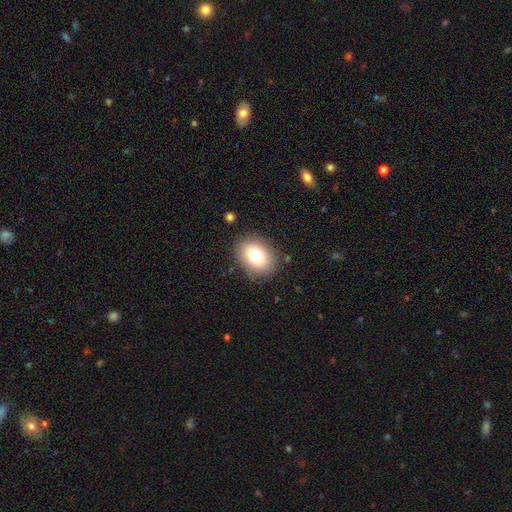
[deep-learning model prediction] Overall: smooth (80%). How rounded: in between (66%; round 33%). Merging: none (86%).